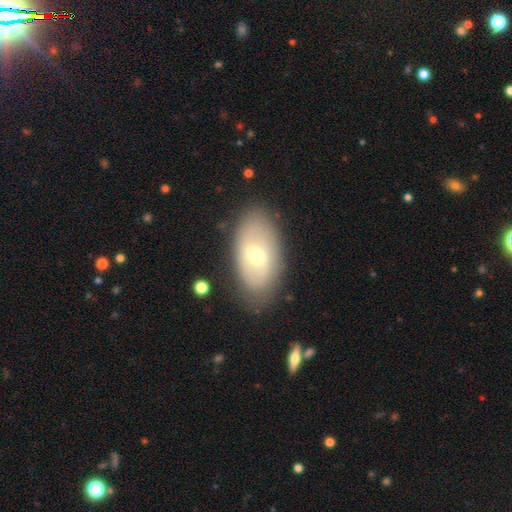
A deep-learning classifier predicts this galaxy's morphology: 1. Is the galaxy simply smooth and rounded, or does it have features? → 46% smooth (tied), 46% featured or disk (tied), 8% star or artifact.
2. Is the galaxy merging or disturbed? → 81% none, 13% minor disturbance, 4% major disturbance, 2% merger.